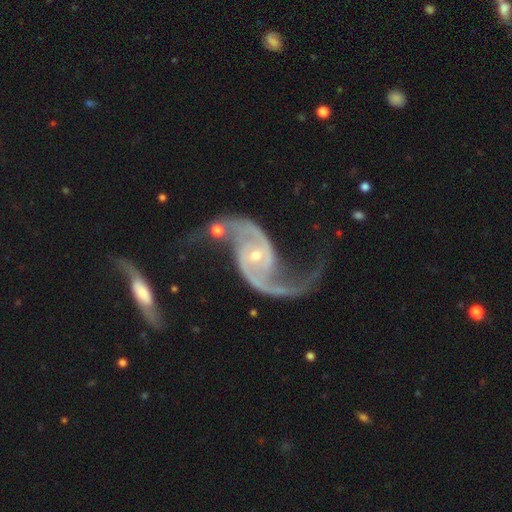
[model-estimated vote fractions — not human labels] This is clearly a featured or disk galaxy (93%). It is clearly not viewed edge-on (98%). Bar: possibly no (55%). Spiral arm pattern: clearly yes (98%). Spiral arm count: clearly 2 (93%). Spiral winding: possibly loose (56%). Central bulge: likely small (67%). Merging: marginally none (43%).